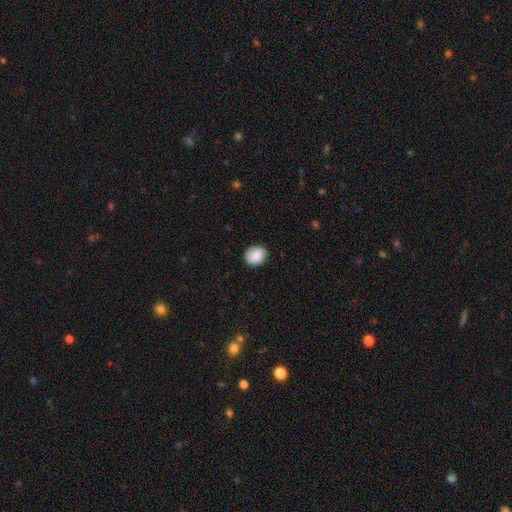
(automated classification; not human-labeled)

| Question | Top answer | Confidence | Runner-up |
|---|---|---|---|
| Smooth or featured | smooth | 84% | featured or disk (8%) |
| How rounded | round | 64% | in between (36%) |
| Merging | none | 84% | minor disturbance (12%) |